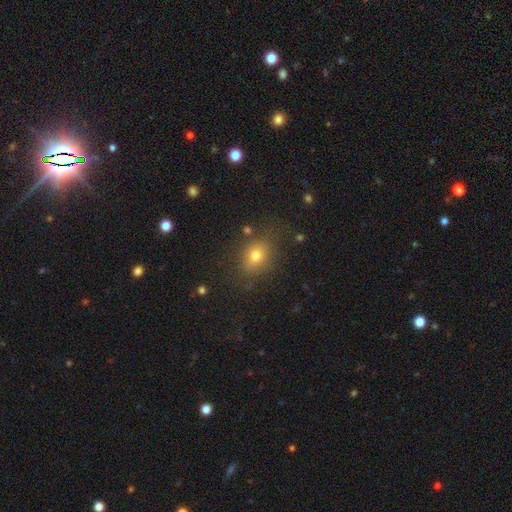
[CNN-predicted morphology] Smooth or featured? Predicted: smooth (p=0.73). How rounded? Predicted: in between (p=0.51). Merging? Predicted: none (p=0.76).